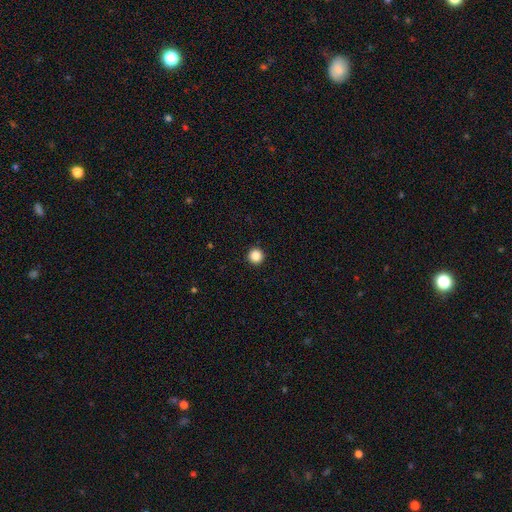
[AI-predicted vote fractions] This is clearly a smooth galaxy (86%). How rounded: clearly round (96%). Merging: clearly none (94%).